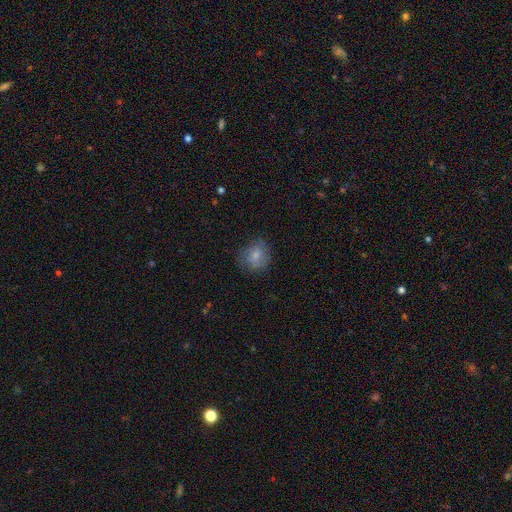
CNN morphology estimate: A smooth galaxy with no disk features (78%) that is round (74%).

Vote fractions:
- Smooth or featured? smooth: 78% / featured or disk: 13% / star or artifact: 9%
- How rounded? round: 74% / in between: 25% / cigar-shaped: 1%
- Merging? none: 75% / minor disturbance: 18% / major disturbance: 6% / merger: 1%